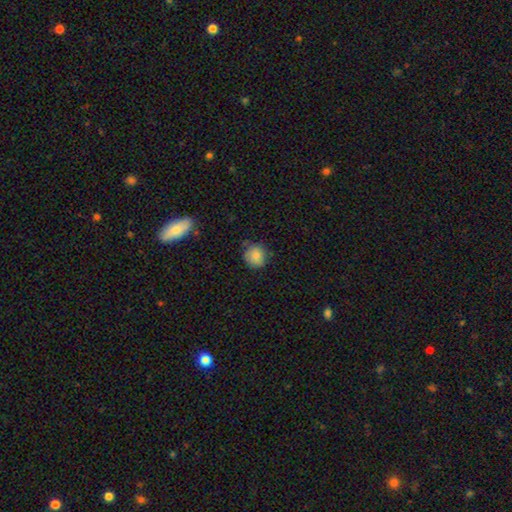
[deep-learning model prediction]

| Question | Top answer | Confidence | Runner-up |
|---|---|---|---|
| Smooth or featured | smooth | 83% | star or artifact (9%) |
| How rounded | round | 86% | in between (13%) |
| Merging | none | 72% | minor disturbance (22%) |